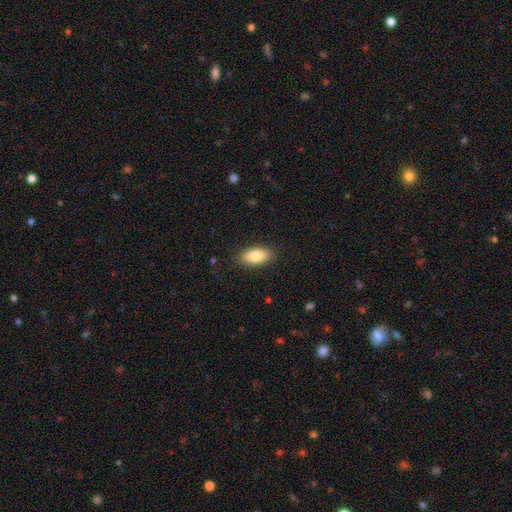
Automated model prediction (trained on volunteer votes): A smooth galaxy with no disk features (82%) that is in between round and cigar-shaped (89%). Merging: none (88%).